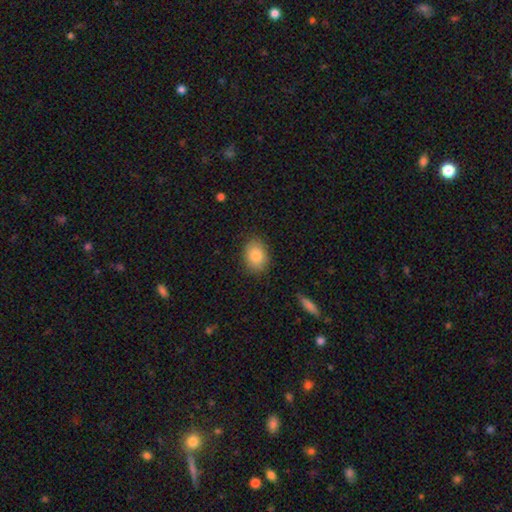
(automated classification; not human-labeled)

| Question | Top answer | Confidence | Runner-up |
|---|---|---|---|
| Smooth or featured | smooth | 83% | featured or disk (9%) |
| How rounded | in between | 70% | round (29%) |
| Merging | none | 86% | minor disturbance (11%) |